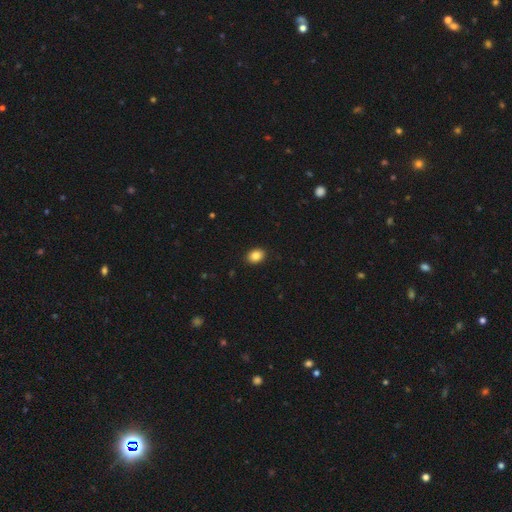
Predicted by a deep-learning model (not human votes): smooth_or_featured: smooth (p=0.86) [alt: star or artifact p=0.09]
how_rounded: in between (p=0.68) [alt: round p=0.31]
merging: none (p=0.91) [alt: minor disturbance p=0.07]